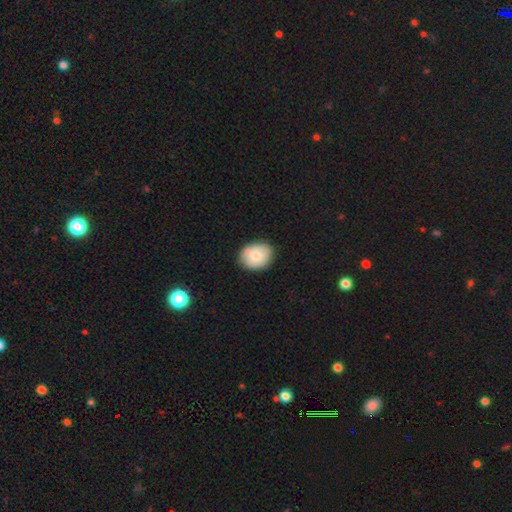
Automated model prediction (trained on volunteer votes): A smooth galaxy with no disk features (77%) that is round (55%).

Vote fractions:
- Smooth or featured? smooth: 77% / featured or disk: 16% / star or artifact: 7%
- How rounded? round: 55% / in between: 44% / cigar-shaped: 1%
- Merging? none: 84% / minor disturbance: 12% / major disturbance: 2% / merger: 1%